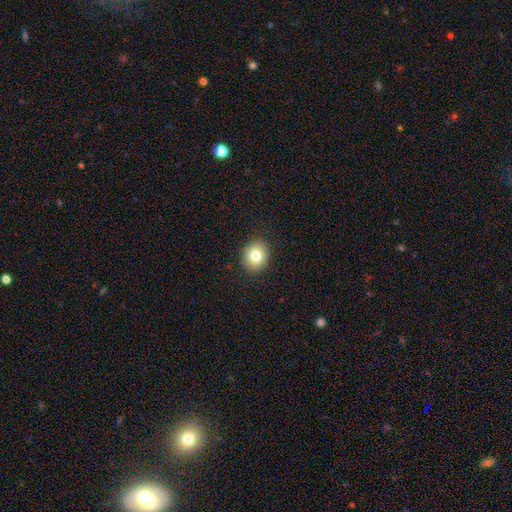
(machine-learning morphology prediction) smooth 80%, star or artifact 10%, featured or disk 10%. Down the decision tree: how rounded — round (71%); merging — none (90%).